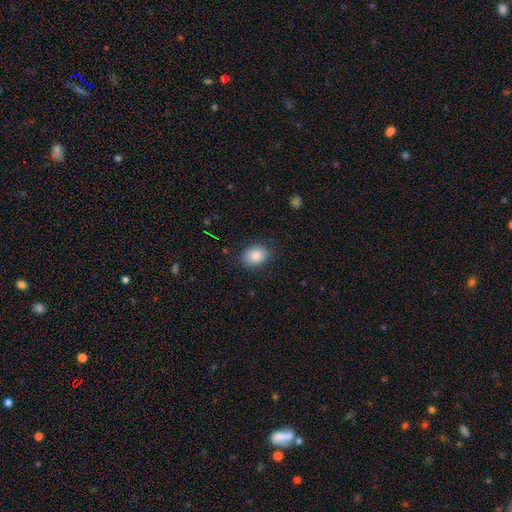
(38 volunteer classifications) smooth-or-featured: smooth: 89% | star or artifact: 8% | featured or disk: 3%
  how-rounded: in between: 71% | round: 29% | cigar-shaped: 0%
  merging: none: 86% | minor disturbance: 11% | major disturbance: 3% | merger: 0%